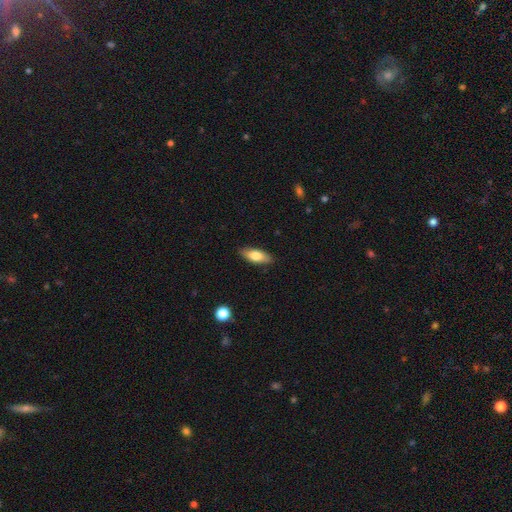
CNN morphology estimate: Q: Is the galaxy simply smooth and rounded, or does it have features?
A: smooth — 76%.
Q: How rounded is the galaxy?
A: in between — 77%.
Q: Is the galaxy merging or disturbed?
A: none — 87%.